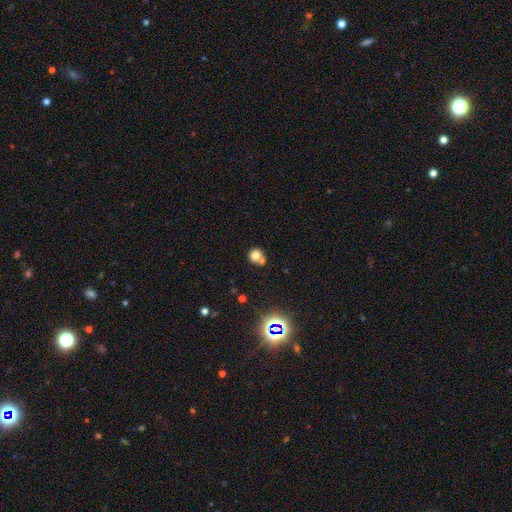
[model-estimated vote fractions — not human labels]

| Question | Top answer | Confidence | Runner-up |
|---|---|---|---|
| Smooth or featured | smooth | 74% | star or artifact (15%) |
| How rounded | round | 87% | in between (12%) |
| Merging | none | 55% | merger (30%) |